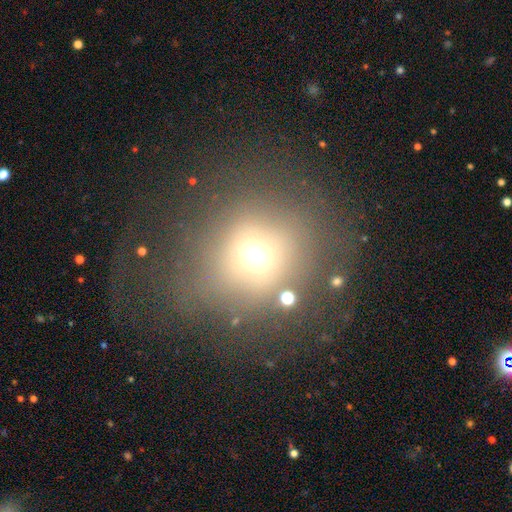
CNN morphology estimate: Q: Smooth or featured?
A: smooth (59%); runner-up: star or artifact (22%)
Q: How rounded?
A: round (87%); runner-up: in between (12%)
Q: Merging?
A: none (59%); runner-up: major disturbance (20%)